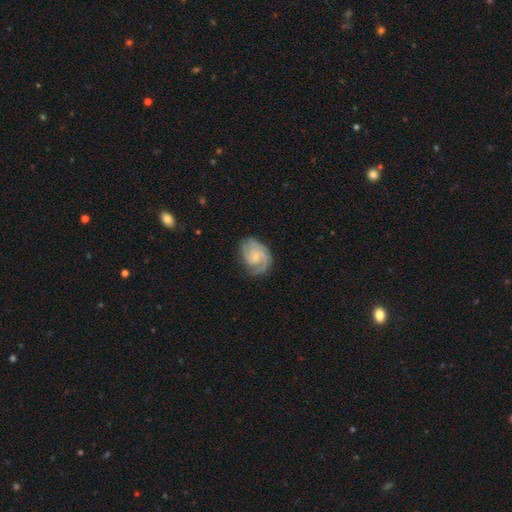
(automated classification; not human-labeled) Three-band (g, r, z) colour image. It shows a featured or disk galaxy (79%) with no bar (59%), 2 (45%) tight (52%) spiral arms (96%) and a small central bulge (60%). Merging: none (74%).